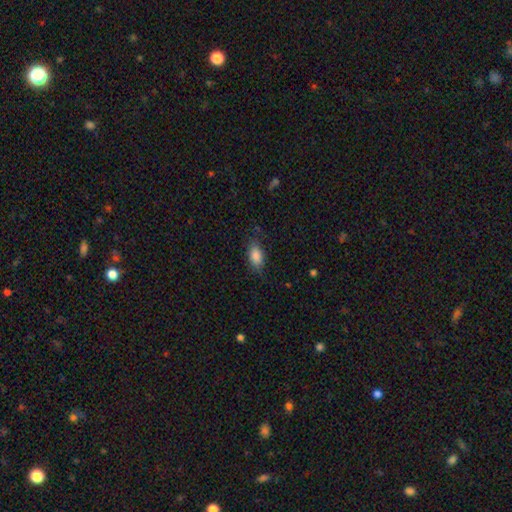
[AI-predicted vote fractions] Overall: smooth (85%). How rounded: in between (89%). Merging: none (77%).